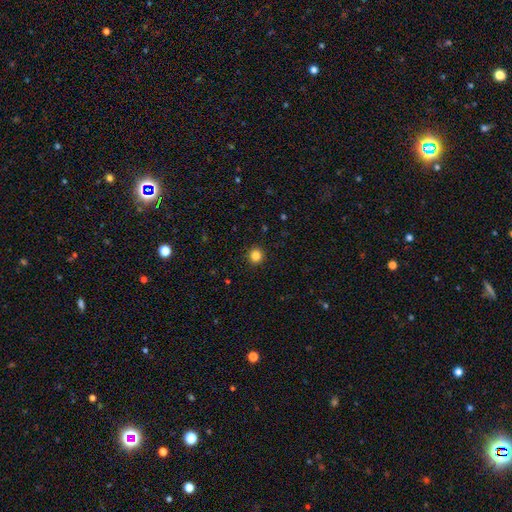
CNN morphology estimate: Overall: smooth (84%). How rounded: round (93%). Merging: none (93%).